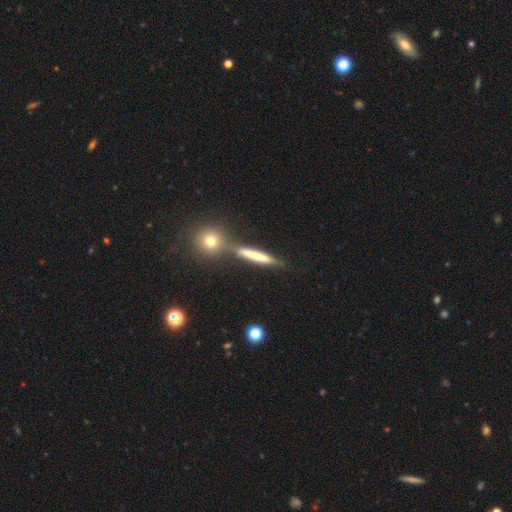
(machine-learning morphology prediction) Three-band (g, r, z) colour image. It shows a smooth galaxy with no disk features (53%) that is cigar-shaped (84%). Merging: none (67%).